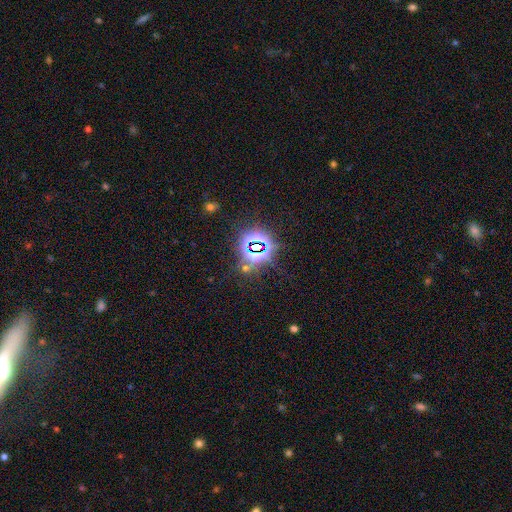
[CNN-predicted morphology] star or artifact 82%, smooth 11%, featured or disk 7%.